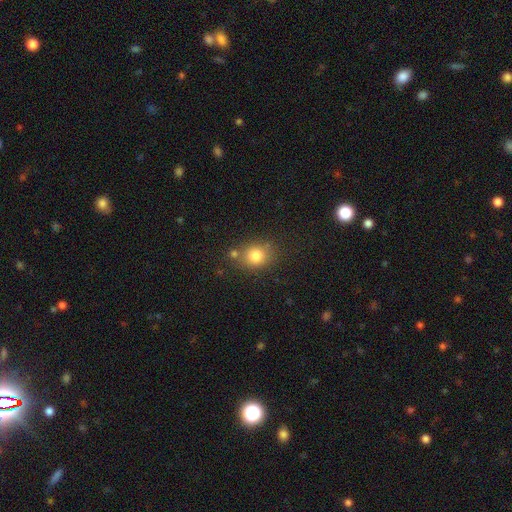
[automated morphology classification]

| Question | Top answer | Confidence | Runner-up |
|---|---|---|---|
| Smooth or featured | smooth | 80% | star or artifact (12%) |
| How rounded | round | 64% | in between (35%) |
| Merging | none | 69% | minor disturbance (14%) |